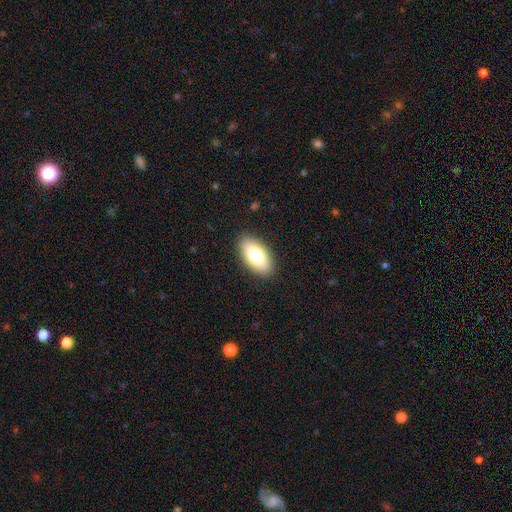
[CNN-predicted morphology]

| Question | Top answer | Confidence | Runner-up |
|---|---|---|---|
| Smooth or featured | smooth | 79% | featured or disk (14%) |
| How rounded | in between | 94% | round (3%) |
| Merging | none | 88% | minor disturbance (8%) |